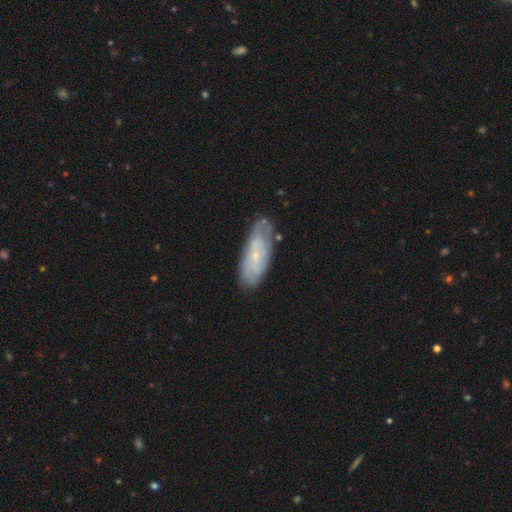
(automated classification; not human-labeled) smooth_or_featured: featured or disk (p=0.57) [alt: smooth p=0.36]
disk_edge_on: no (p=0.84) [alt: yes p=0.16]
merging: none (p=0.73) [alt: minor disturbance p=0.20]